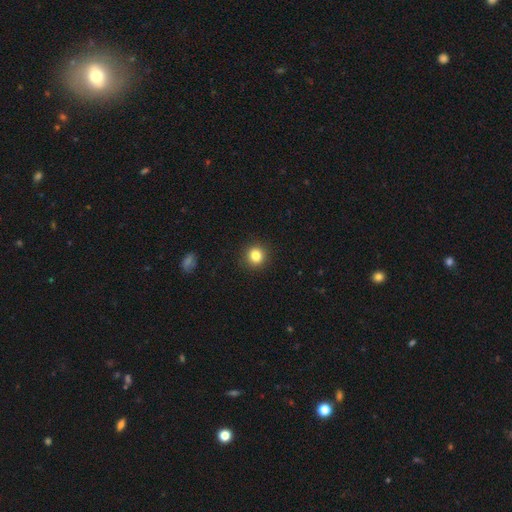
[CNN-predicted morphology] This appears to be a smooth galaxy with no disk features (83%) that is round (90%). Merging: none (92%).